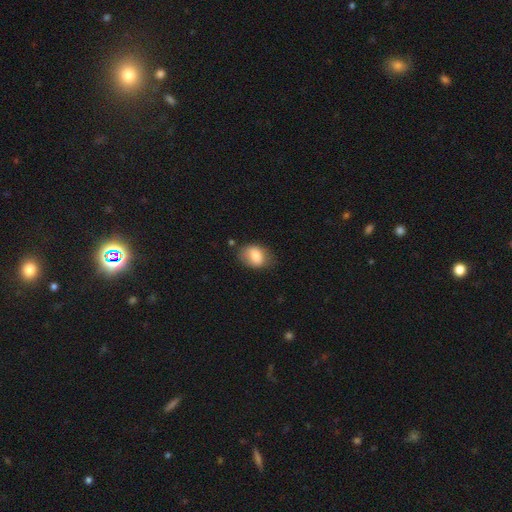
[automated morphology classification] Smooth or featured? smooth (77%)
How rounded? in between (75%)
Merging? none (68%)